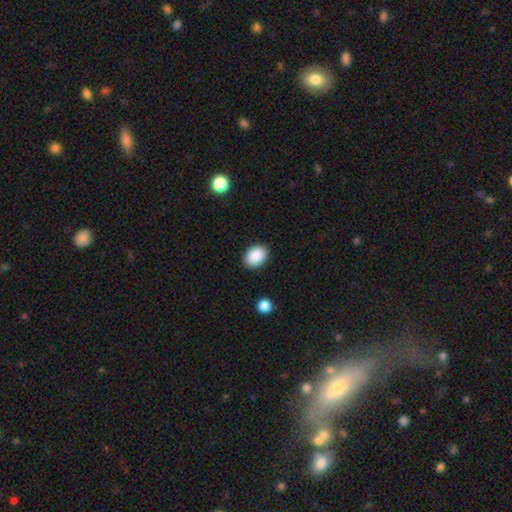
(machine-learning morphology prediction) Smooth or featured?
  - smooth: 89% *
  - star or artifact: 7%
  - featured or disk: 3%
How rounded?
  - in between: 79% *
  - round: 20%
  - cigar-shaped: 1%
Merging?
  - none: 88% *
  - minor disturbance: 8%
  - major disturbance: 2%
  - merger: 1%